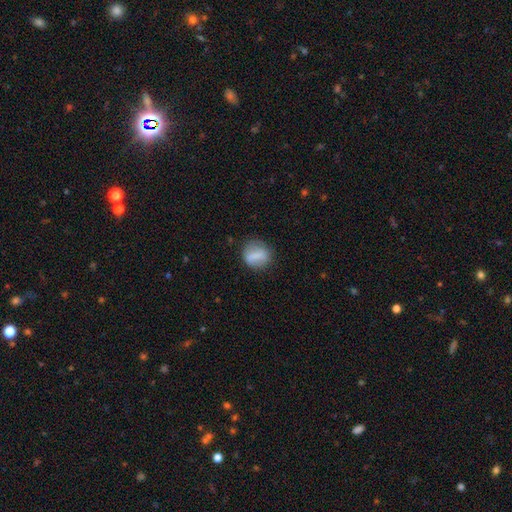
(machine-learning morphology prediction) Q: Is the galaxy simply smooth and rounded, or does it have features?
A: smooth — 67%.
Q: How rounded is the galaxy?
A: round — 63%.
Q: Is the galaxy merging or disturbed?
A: none — 78%.